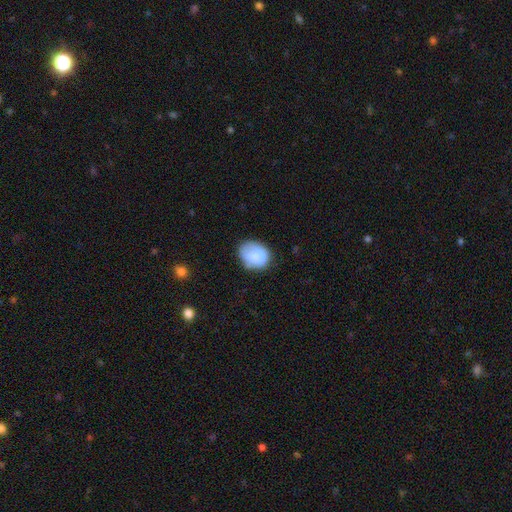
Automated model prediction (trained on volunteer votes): smooth_or_featured: smooth (p=0.82) [alt: featured or disk p=0.10]
how_rounded: in between (p=0.53) [alt: round p=0.47]
merging: none (p=0.66) [alt: minor disturbance p=0.25]